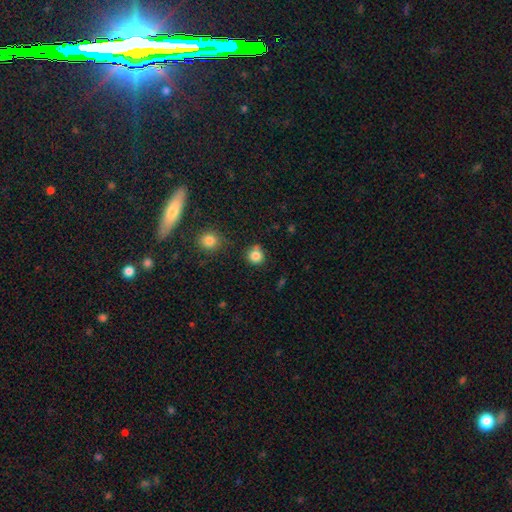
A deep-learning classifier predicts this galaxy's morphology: Smooth or featured? Predicted: smooth (p=0.83). How rounded? Predicted: round (p=0.89). Merging? Predicted: none (p=0.75).